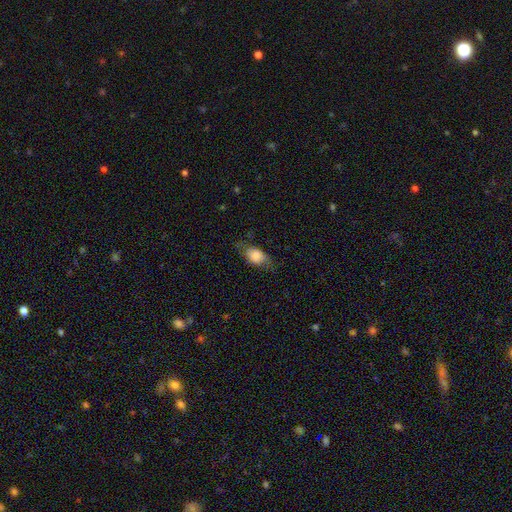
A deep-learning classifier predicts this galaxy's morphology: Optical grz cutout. It shows a smooth galaxy with no disk features (70%) that is in between round and cigar-shaped (81%). Merging: none (65%).